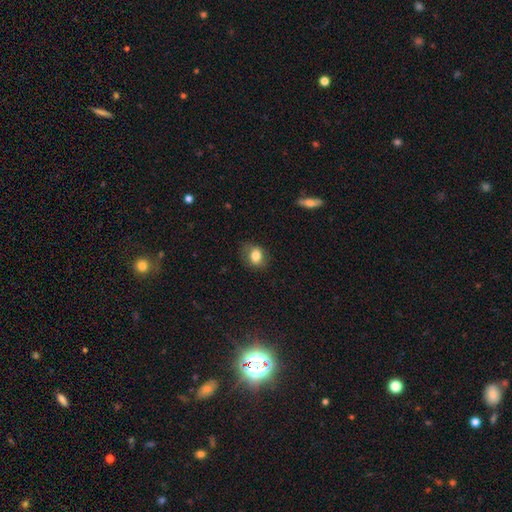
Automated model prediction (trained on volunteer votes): smooth 79%, featured or disk 11%, star or artifact 9%. Down the decision tree: how rounded — in between (59%); merging — none (75%).